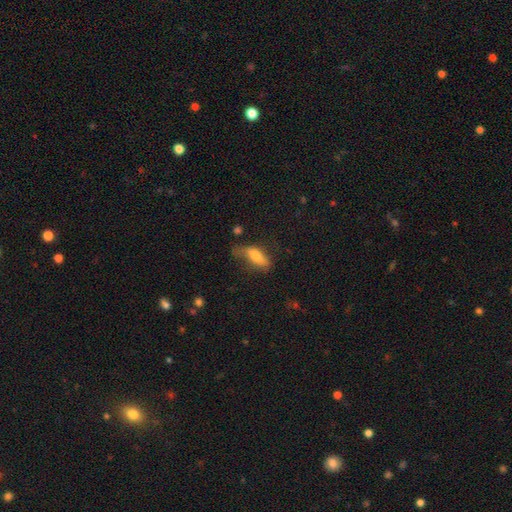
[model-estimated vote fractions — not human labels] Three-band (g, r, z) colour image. It shows a smooth galaxy with no disk features (67%) that is in between round and cigar-shaped (66%). Merging: none (49%).